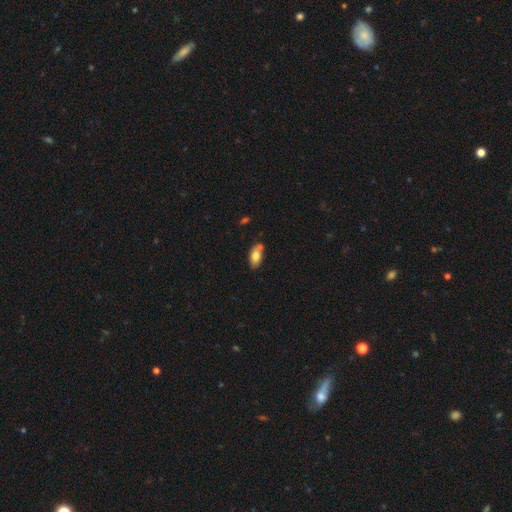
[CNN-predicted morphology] Smooth or featured? smooth (78%)
How rounded? in between (90%)
Merging? none (63%)